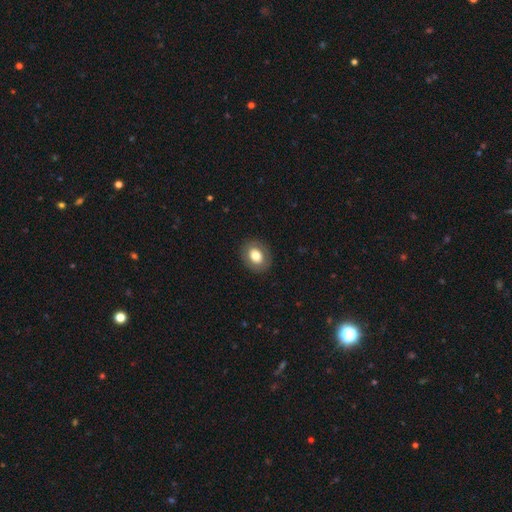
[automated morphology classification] smooth-or-featured: smooth: 74% | featured or disk: 18% | star or artifact: 8%
  how-rounded: in between: 53% | round: 46% | cigar-shaped: 1%
  merging: none: 86% | minor disturbance: 9% | major disturbance: 3% | merger: 1%